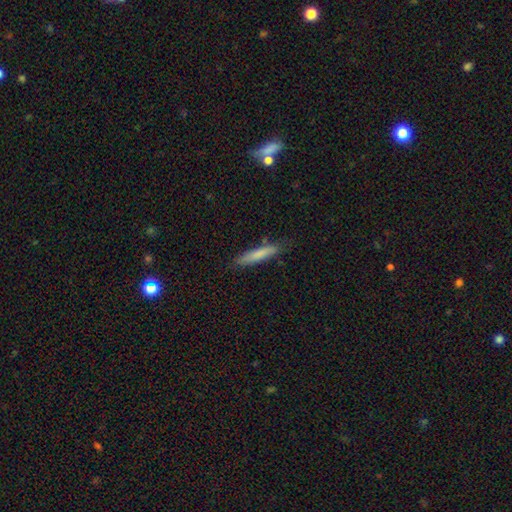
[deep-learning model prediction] A smooth galaxy with no disk features (69%) that is cigar-shaped (92%).

Vote fractions:
- Smooth or featured? smooth: 69% / featured or disk: 24% / star or artifact: 7%
- How rounded? cigar-shaped: 92% / in between: 7% / round: 1%
- Merging? none: 84% / minor disturbance: 12% / major disturbance: 2% / merger: 2%